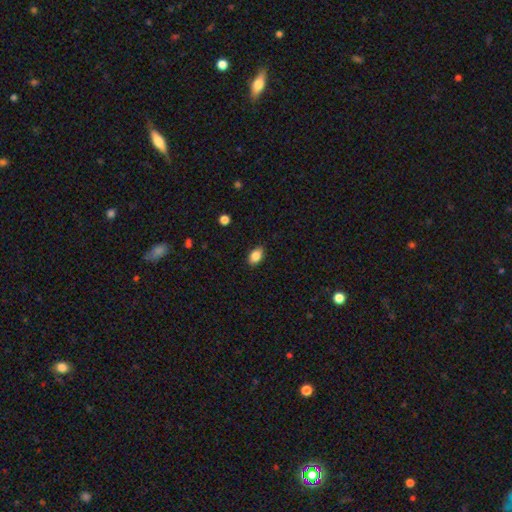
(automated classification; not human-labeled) This appears to be a smooth galaxy with no disk features (86%) that is in between round and cigar-shaped (87%). Merging: none (86%).